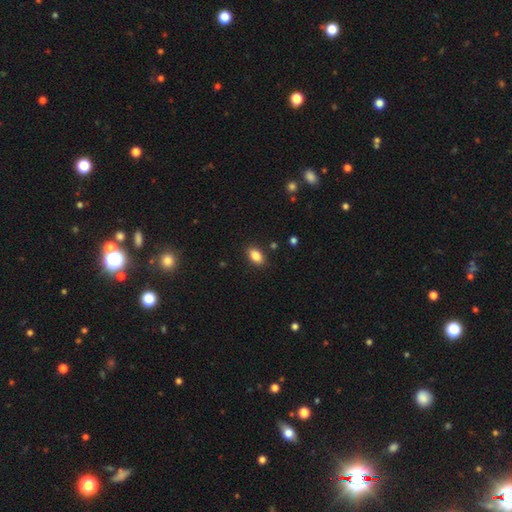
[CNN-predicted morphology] Smooth or featured?
  - smooth: 85% *
  - star or artifact: 8%
  - featured or disk: 6%
How rounded?
  - in between: 90% *
  - round: 7%
  - cigar-shaped: 4%
Merging?
  - none: 87% *
  - minor disturbance: 9%
  - major disturbance: 2%
  - merger: 1%